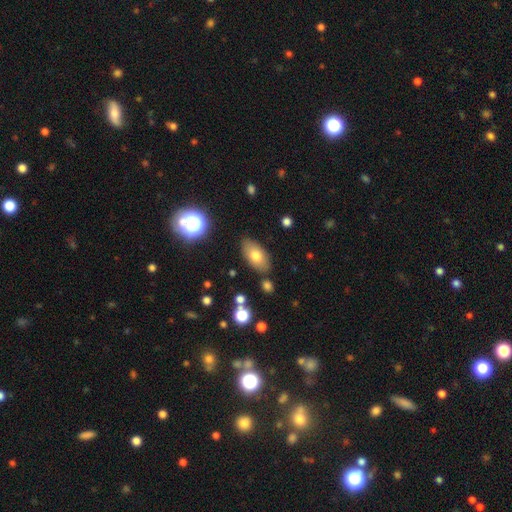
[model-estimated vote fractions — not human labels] This is likely a smooth galaxy (73%). How rounded: clearly in between (91%). Merging: clearly none (81%).